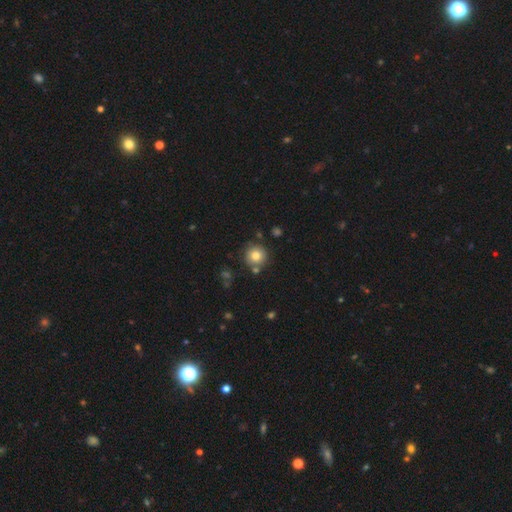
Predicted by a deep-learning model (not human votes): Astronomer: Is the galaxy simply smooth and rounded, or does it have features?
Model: smooth — 79%.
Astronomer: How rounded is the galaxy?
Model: round — 94%.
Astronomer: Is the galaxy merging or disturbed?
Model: none — 81%.